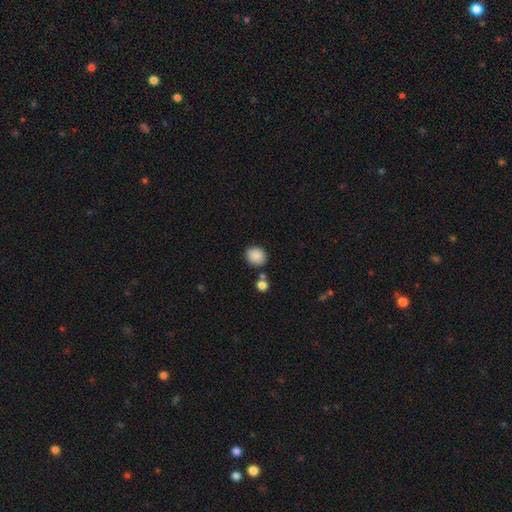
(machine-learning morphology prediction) Overall: smooth (88%). How rounded: round (75%). Merging: none (79%).